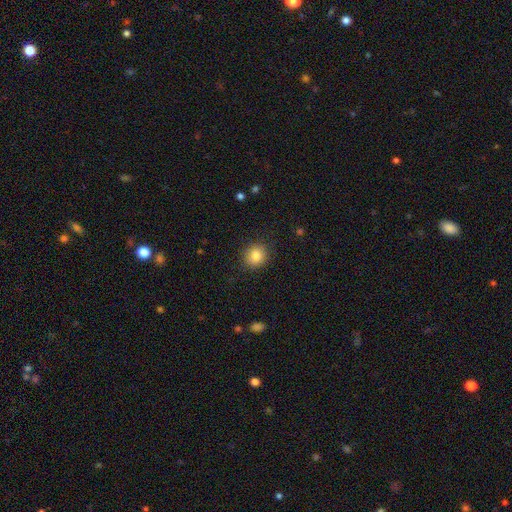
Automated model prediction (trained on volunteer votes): Morphology: type=smooth (84%); roundness=round (83%); merging=none (88%).